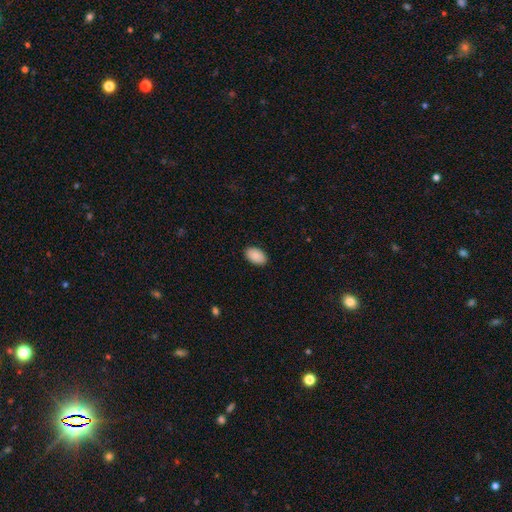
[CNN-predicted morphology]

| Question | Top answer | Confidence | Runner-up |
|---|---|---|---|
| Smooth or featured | smooth | 90% | star or artifact (6%) |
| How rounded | in between | 93% | round (6%) |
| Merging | none | 90% | minor disturbance (8%) |